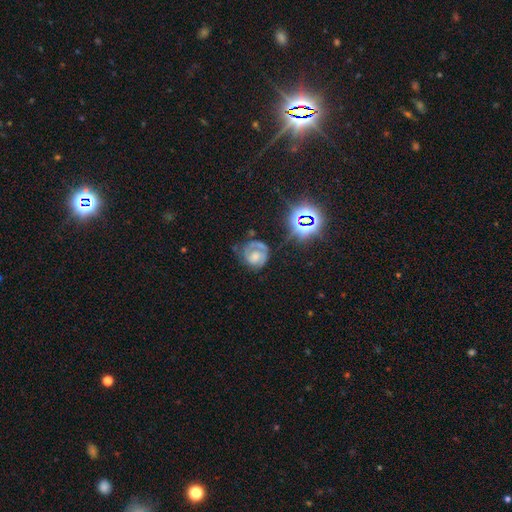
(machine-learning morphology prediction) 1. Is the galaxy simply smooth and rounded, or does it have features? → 61% featured or disk, 27% smooth, 12% star or artifact.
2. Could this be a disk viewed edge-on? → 97% no, 3% yes.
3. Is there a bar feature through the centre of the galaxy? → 73% no, 21% weak, 6% strong.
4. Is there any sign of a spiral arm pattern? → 72% yes, 28% no.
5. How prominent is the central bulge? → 34% moderate, 21% large, 21% none, 20% small, 3% dominant.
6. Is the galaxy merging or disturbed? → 50% none, 25% minor disturbance, 20% major disturbance, 4% merger.